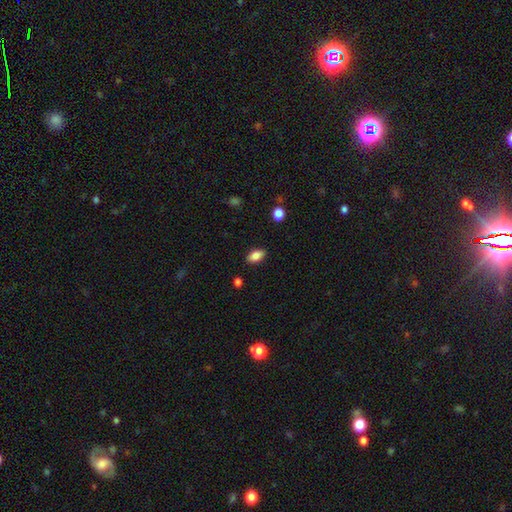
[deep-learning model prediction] Q: Smooth or featured?
A: smooth (81%); runner-up: featured or disk (11%)
Q: How rounded?
A: in between (89%); runner-up: cigar-shaped (6%)
Q: Merging?
A: none (87%); runner-up: minor disturbance (9%)